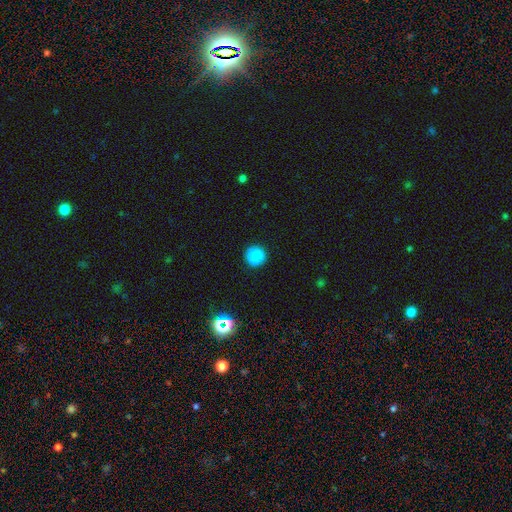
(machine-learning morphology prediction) Smooth or featured?
  - smooth: 86% *
  - star or artifact: 11%
  - featured or disk: 3%
How rounded?
  - round: 94% *
  - in between: 5%
  - cigar-shaped: 1%
Merging?
  - none: 90% *
  - minor disturbance: 7%
  - major disturbance: 2%
  - merger: 1%